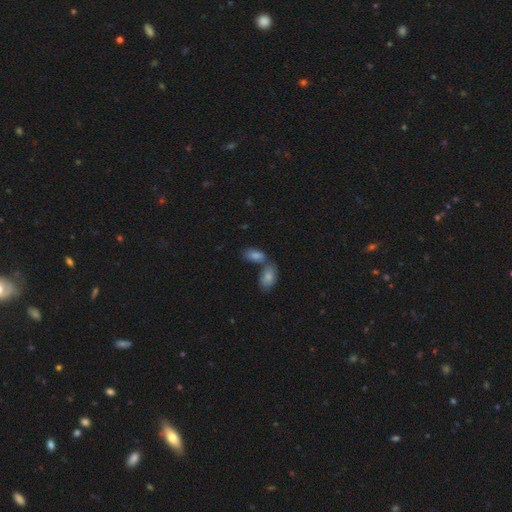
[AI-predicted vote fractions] Smooth or featured?
  - smooth: 77% *
  - featured or disk: 12%
  - star or artifact: 11%
How rounded?
  - in between: 90% *
  - round: 6%
  - cigar-shaped: 4%
Merging?
  - none: 43% *
  - merger: 42%
  - minor disturbance: 11%
  - major disturbance: 4%